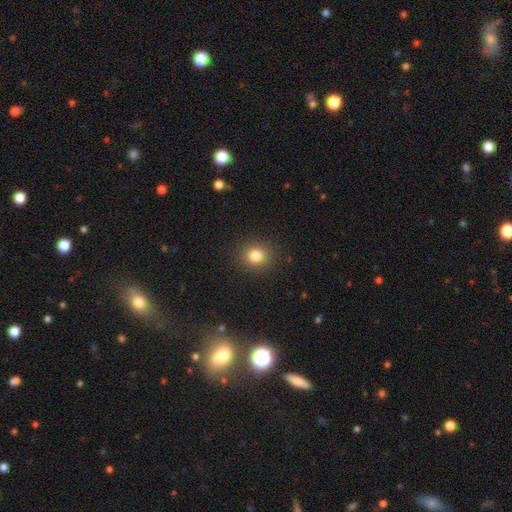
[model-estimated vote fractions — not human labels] A smooth galaxy with no disk features (81%) that is round (87%).

Vote fractions:
- Smooth or featured? smooth: 81% / star or artifact: 12% / featured or disk: 6%
- How rounded? round: 87% / in between: 12% / cigar-shaped: 1%
- Merging? none: 90% / minor disturbance: 6% / major disturbance: 2% / merger: 1%